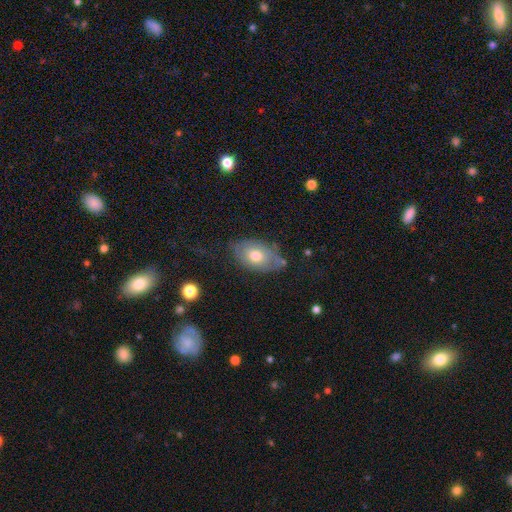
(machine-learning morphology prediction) Q: Smooth or featured?
A: smooth (65%); runner-up: featured or disk (27%)
Q: How rounded?
A: in between (88%); runner-up: round (10%)
Q: Merging?
A: none (65%); runner-up: minor disturbance (25%)